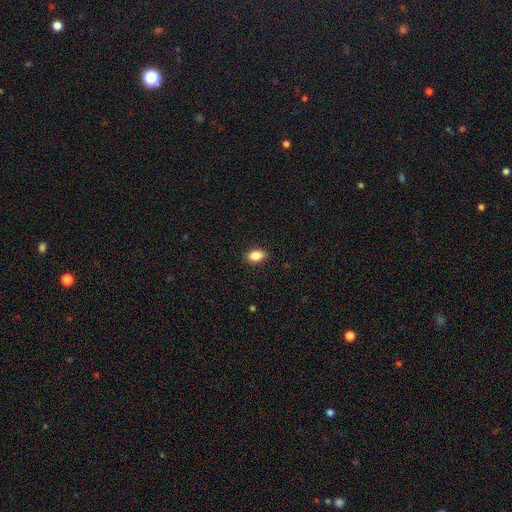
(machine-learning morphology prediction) The model was most divided on "how rounded": in between: 86%, round: 12%, cigar-shaped: 2%. More confident: merging — none (89%); smooth or featured — smooth (87%).